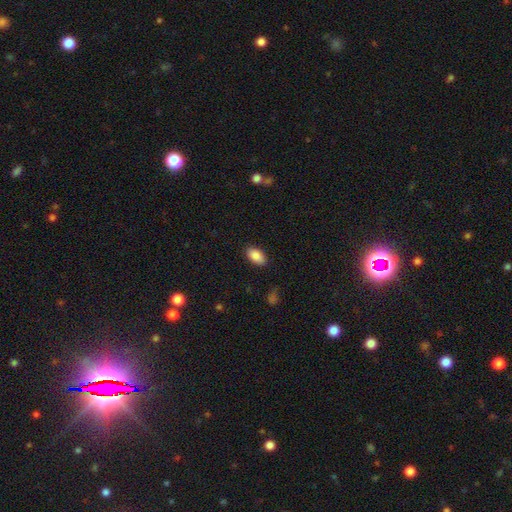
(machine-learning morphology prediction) Smooth or featured? Predicted: smooth (p=0.89). How rounded? Predicted: in between (p=0.94). Merging? Predicted: none (p=0.87).